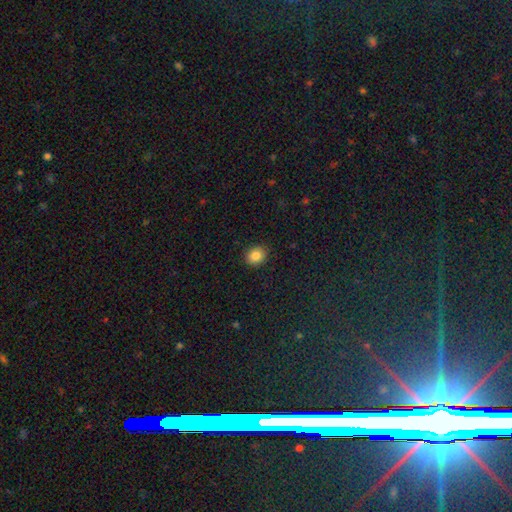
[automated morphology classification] This is clearly a smooth galaxy (84%). How rounded: likely round (62%). Merging: clearly none (90%).